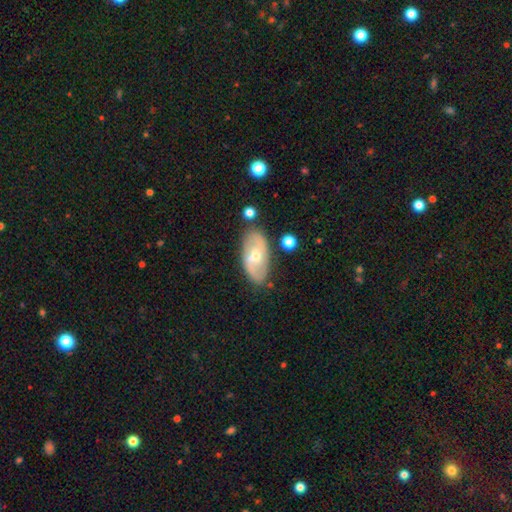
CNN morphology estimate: Smooth or featured?
  - featured or disk: 60% *
  - smooth: 34%
  - star or artifact: 6%
Edge-on disk?
  - no: 90% *
  - yes: 10%
Bar?
  - no: 47% *
  - weak: 39%
  - strong: 14%
Spiral arms?
  - yes: 65% *
  - no: 35%
Bulge size?
  - moderate: 54% *
  - small: 42%
  - large: 2%
  - none: 1%
  - dominant: 1%
Merging?
  - none: 78% *
  - minor disturbance: 15%
  - merger: 4%
  - major disturbance: 4%